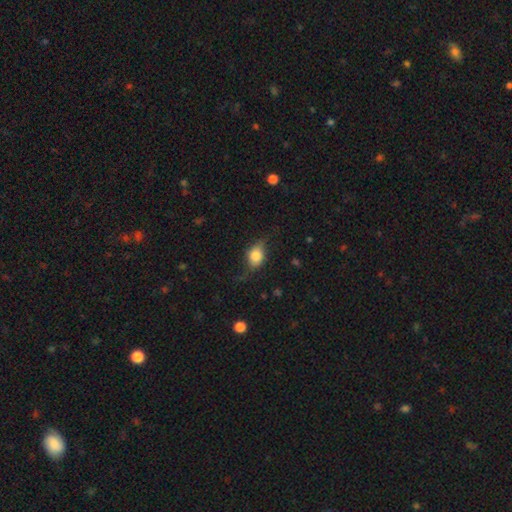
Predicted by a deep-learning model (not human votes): Q: Smooth or featured?
A: smooth (68%); runner-up: featured or disk (23%)
Q: How rounded?
A: in between (64%); runner-up: round (33%)
Q: Merging?
A: none (58%); runner-up: minor disturbance (28%)